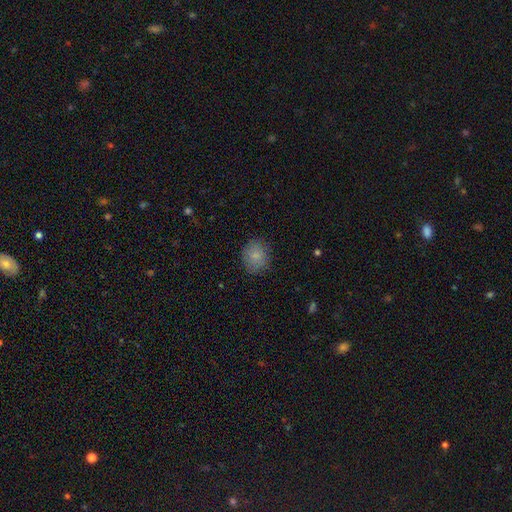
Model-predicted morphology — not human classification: Overall: smooth (84%). How rounded: round (69%; in between 30%). Merging: none (82%).